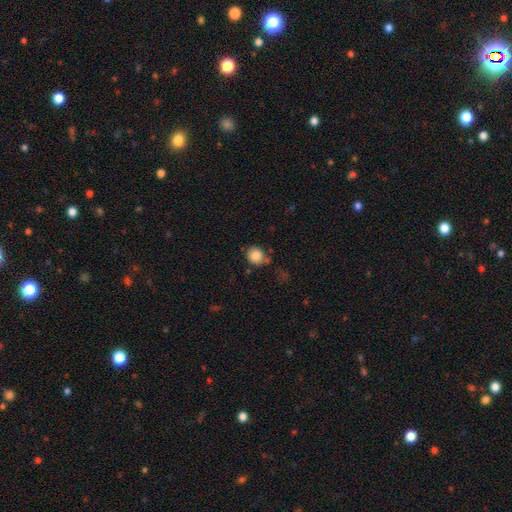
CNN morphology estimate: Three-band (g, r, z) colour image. It shows a smooth galaxy with no disk features (85%) that is round (84%). Merging: none (72%).